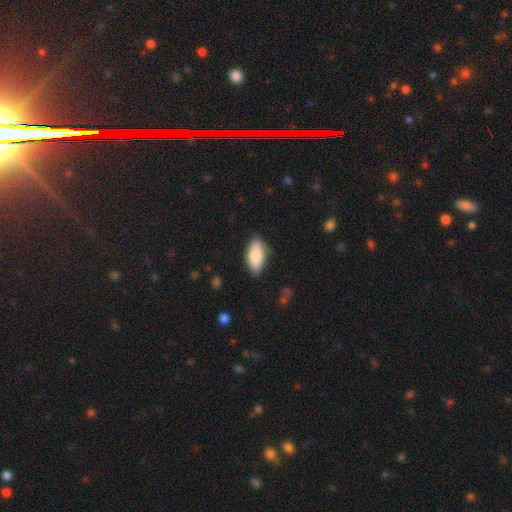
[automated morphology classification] This appears to be a smooth galaxy with no disk features (84%) that is in between round and cigar-shaped (88%). Merging: none (80%).